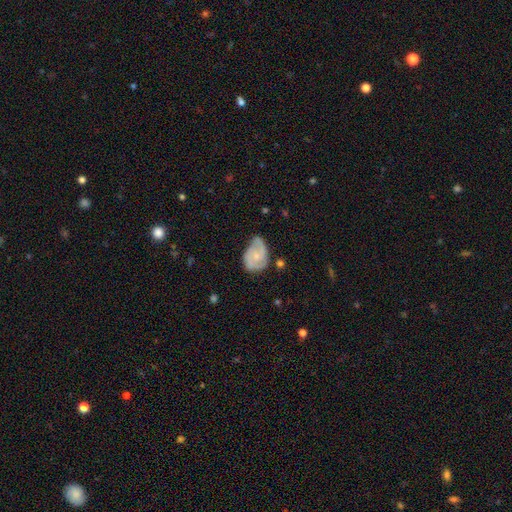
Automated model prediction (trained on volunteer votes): This is likely a featured or disk galaxy (70%). It is clearly not viewed edge-on (98%). Bar: likely no (68%). Spiral arm pattern: clearly yes (90%). Spiral arm count: possibly 2 (60%). Spiral winding: marginally medium (43%). Central bulge: likely small (63%). Merging: possibly none (46%).